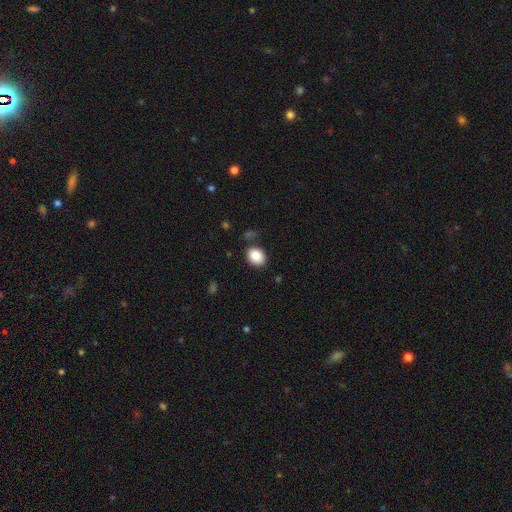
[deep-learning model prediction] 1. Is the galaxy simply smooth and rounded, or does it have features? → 87% smooth, 8% star or artifact, 5% featured or disk.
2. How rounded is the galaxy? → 61% in between, 38% round, 1% cigar-shaped.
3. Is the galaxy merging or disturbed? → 81% none, 12% minor disturbance, 3% merger, 3% major disturbance.